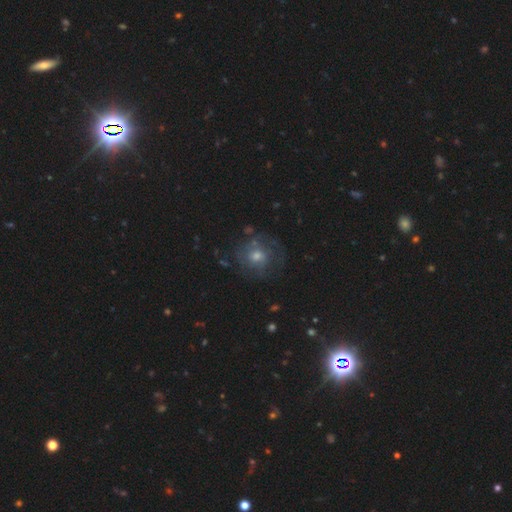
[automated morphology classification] Smooth or featured? featured or disk (46%)
Merging? none (71%)